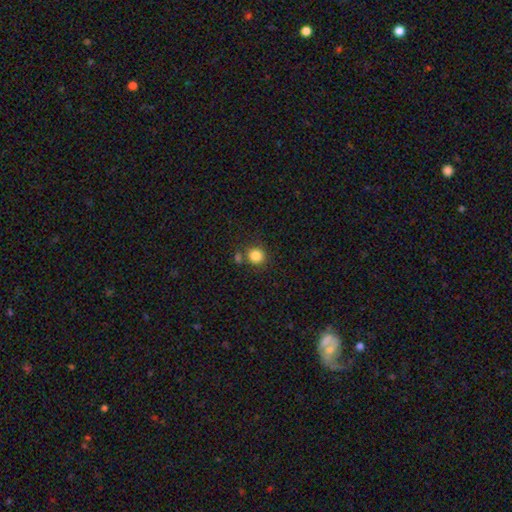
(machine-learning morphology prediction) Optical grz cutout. It shows a smooth galaxy with no disk features (83%) that is round (87%). Merging: none (74%).